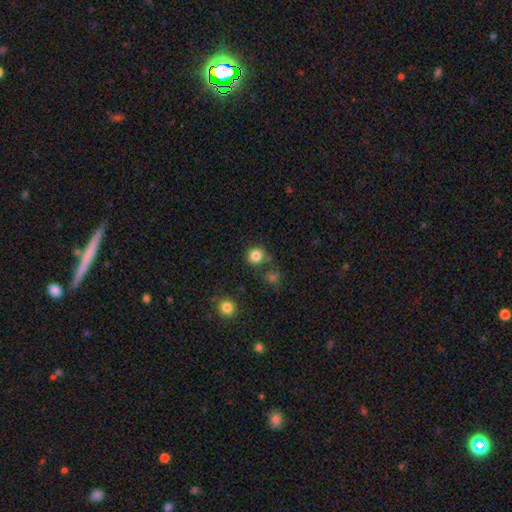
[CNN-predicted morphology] smooth 84%, star or artifact 12%, featured or disk 5%. Down the decision tree: how rounded — round (88%); merging — none (79%).